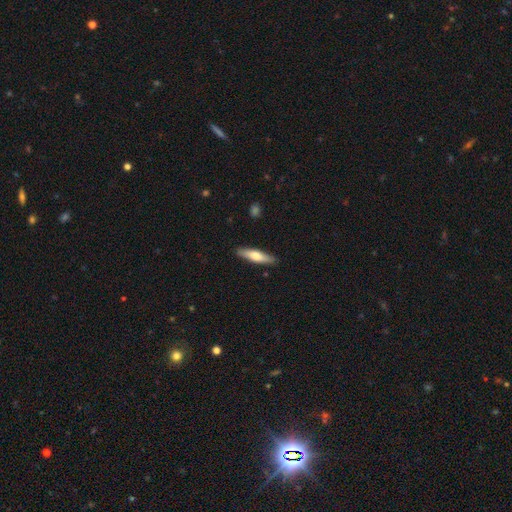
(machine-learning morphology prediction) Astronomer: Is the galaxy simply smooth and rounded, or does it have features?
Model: smooth — 58% (runner-up: featured or disk, 37%).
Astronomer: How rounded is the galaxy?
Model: cigar-shaped — 78%.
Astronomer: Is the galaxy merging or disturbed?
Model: none — 89%.